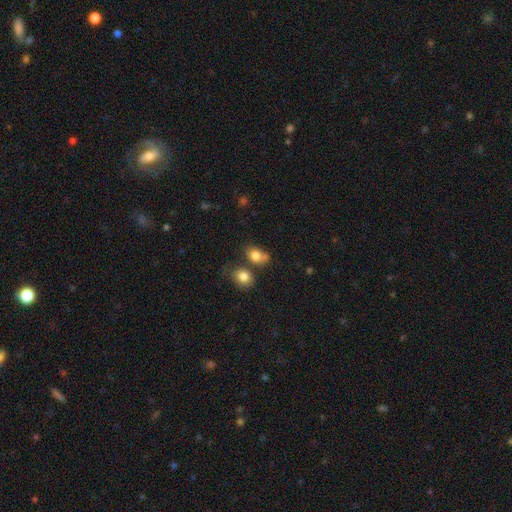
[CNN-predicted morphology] The model was most divided on "merging": none: 47%, merger: 29%, minor disturbance: 18%, major disturbance: 6%. More confident: smooth or featured — smooth (82%); how rounded — in between (66%).